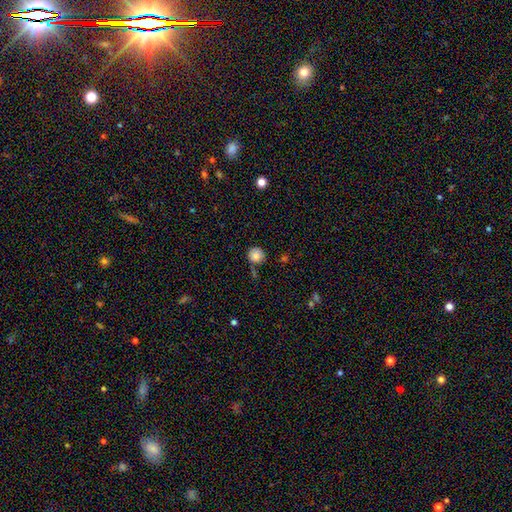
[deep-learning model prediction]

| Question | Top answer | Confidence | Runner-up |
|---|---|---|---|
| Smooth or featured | smooth | 81% | star or artifact (10%) |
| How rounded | round | 91% | in between (8%) |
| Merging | none | 69% | minor disturbance (18%) |